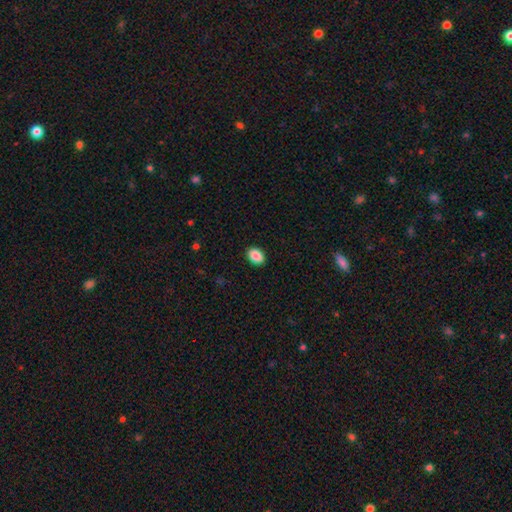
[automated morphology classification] Overall: smooth (89%). How rounded: in between (81%). Merging: none (91%).